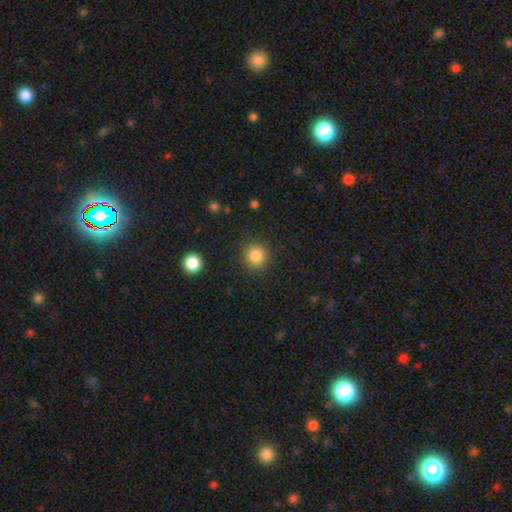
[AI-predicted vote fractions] A smooth galaxy with no disk features (84%) that is round (92%).

Vote fractions:
- Smooth or featured? smooth: 84% / star or artifact: 11% / featured or disk: 5%
- How rounded? round: 92% / in between: 7% / cigar-shaped: 1%
- Merging? none: 89% / minor disturbance: 6% / major disturbance: 3% / merger: 1%